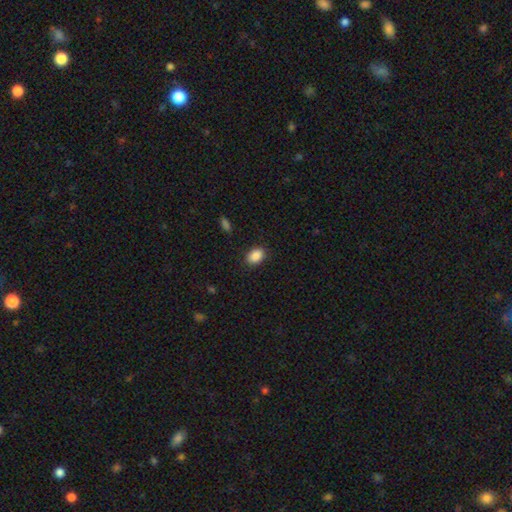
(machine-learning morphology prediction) This is clearly a smooth galaxy (89%). How rounded: likely in between (78%). Merging: clearly none (86%).